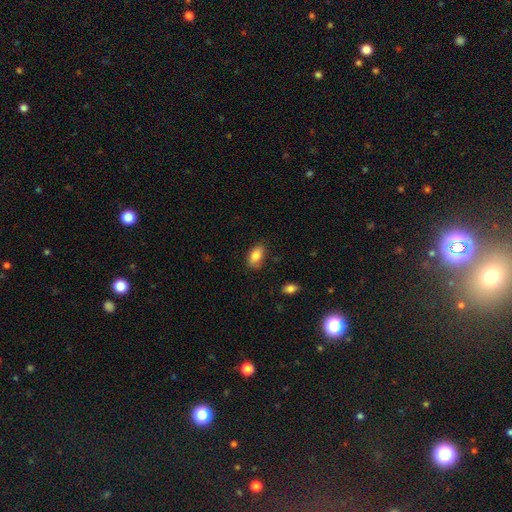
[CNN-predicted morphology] smooth-or-featured: smooth: 84% | featured or disk: 8% | star or artifact: 8%
  how-rounded: in between: 91% | round: 5% | cigar-shaped: 4%
  merging: none: 79% | minor disturbance: 17% | major disturbance: 3% | merger: 2%